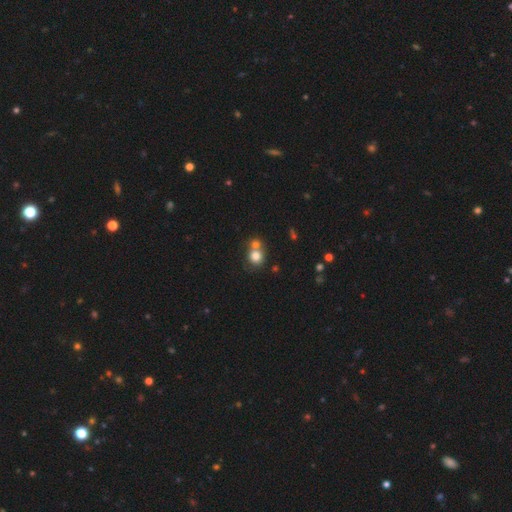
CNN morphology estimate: The model was most divided on "merging": merger: 48%, none: 42%, minor disturbance: 7%, major disturbance: 3%. More confident: how rounded — round (82%); smooth or featured — smooth (78%).